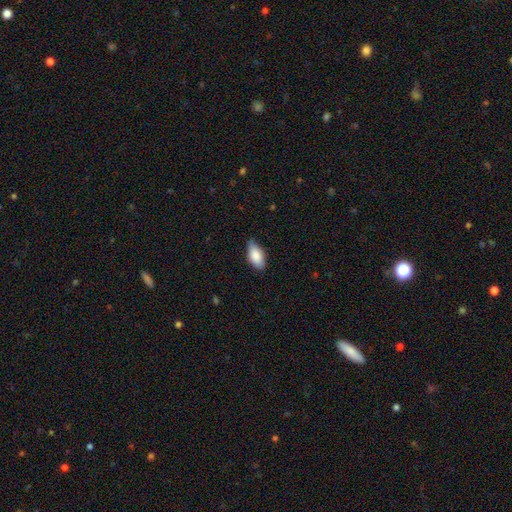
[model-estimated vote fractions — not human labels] Smooth or featured? Predicted: smooth (p=0.85). How rounded? Predicted: in between (p=0.91). Merging? Predicted: none (p=0.77).